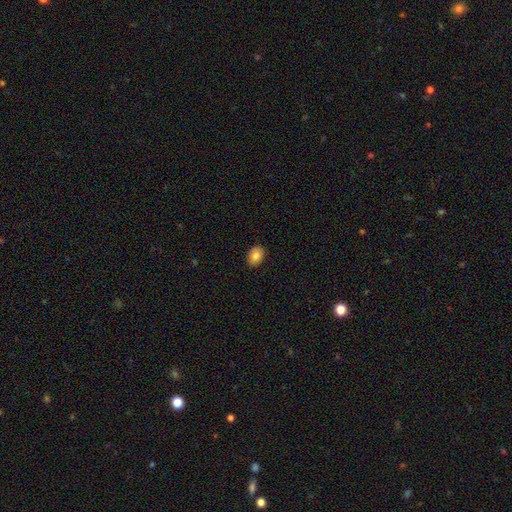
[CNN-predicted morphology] Smooth or featured?
  - smooth: 83% *
  - featured or disk: 9%
  - star or artifact: 8%
How rounded?
  - in between: 76% *
  - round: 23%
  - cigar-shaped: 1%
Merging?
  - none: 89% *
  - minor disturbance: 8%
  - major disturbance: 2%
  - merger: 1%